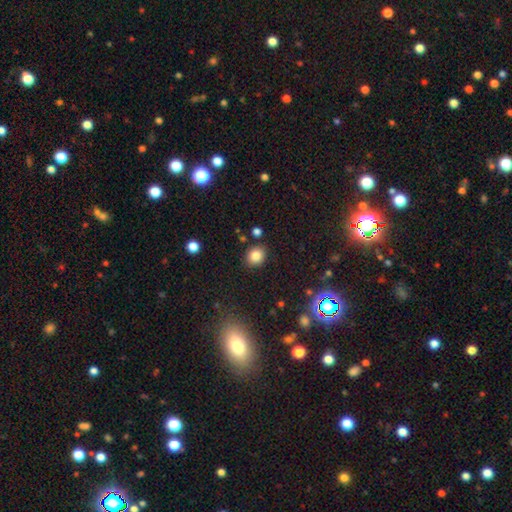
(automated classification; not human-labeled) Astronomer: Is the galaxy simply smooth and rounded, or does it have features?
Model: smooth — 82%.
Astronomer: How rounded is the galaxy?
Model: round — 71%.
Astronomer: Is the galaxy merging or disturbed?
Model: none — 86%.